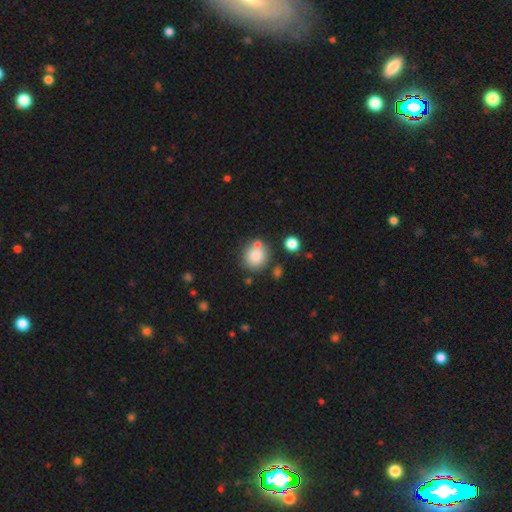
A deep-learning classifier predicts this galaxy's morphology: Smooth or featured? Predicted: smooth (p=0.82). How rounded? Predicted: round (p=0.87). Merging? Predicted: none (p=0.67).